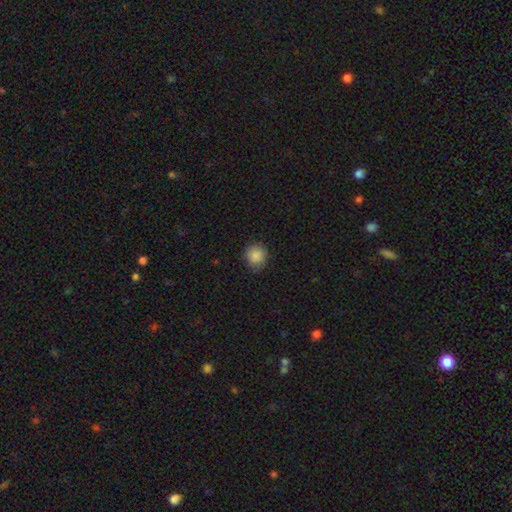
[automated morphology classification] Overall: smooth (87%). How rounded: round (89%). Merging: none (81%).